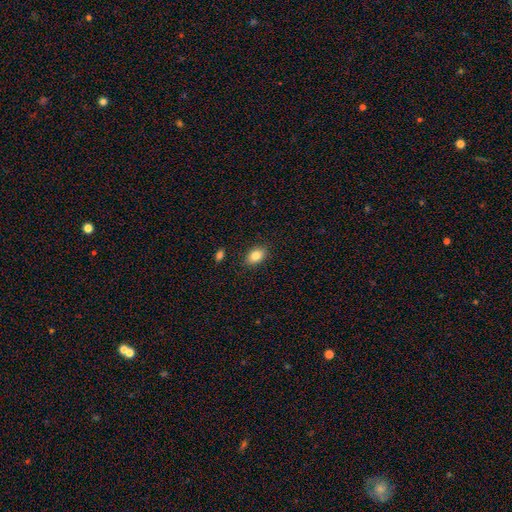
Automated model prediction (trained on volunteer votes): smooth 84%, star or artifact 8%, featured or disk 8%. Down the decision tree: how rounded — in between (83%); merging — none (86%).